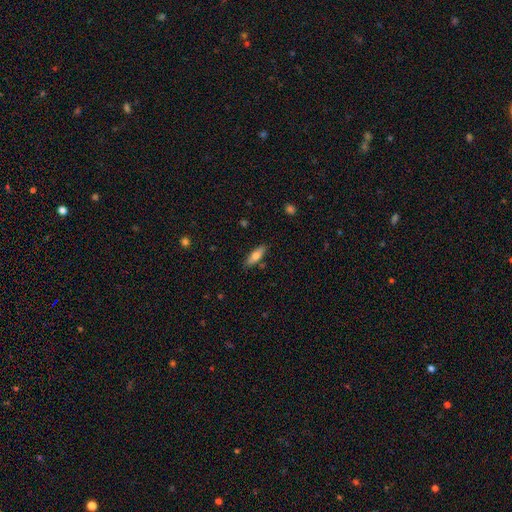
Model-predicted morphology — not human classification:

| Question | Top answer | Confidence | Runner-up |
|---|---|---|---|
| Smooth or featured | smooth | 72% | featured or disk (21%) |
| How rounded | in between | 58% | cigar-shaped (40%) |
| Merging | none | 84% | minor disturbance (11%) |